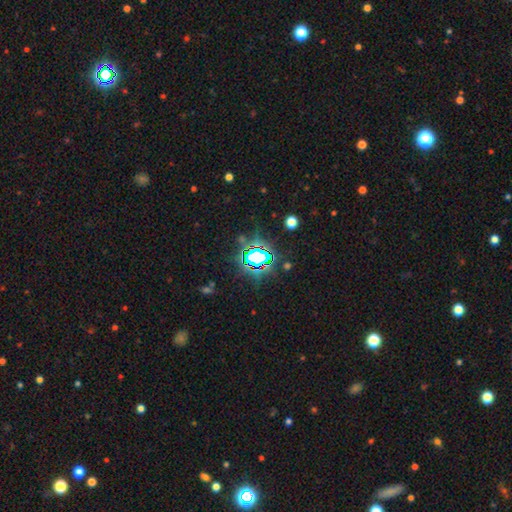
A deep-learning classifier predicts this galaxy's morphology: smooth_or_featured: star or artifact (p=0.73) [alt: smooth p=0.16]